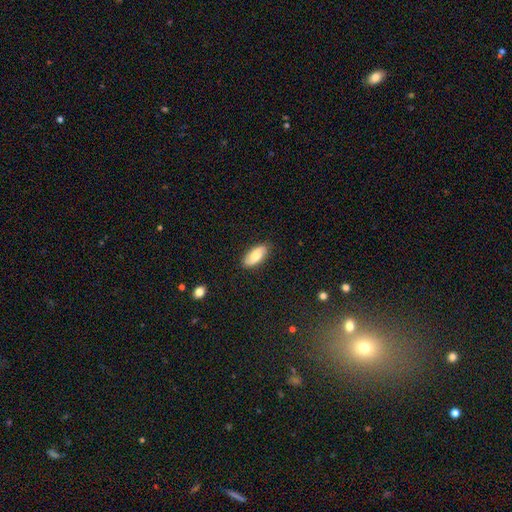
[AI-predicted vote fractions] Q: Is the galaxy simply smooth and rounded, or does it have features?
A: smooth — 72%.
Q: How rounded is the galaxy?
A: in between — 89%.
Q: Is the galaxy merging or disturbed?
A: none — 84%.